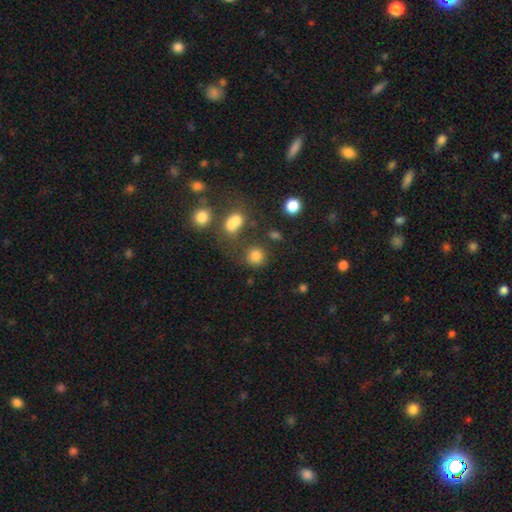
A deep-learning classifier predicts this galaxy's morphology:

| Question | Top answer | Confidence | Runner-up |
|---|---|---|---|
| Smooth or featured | smooth | 80% | star or artifact (14%) |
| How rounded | round | 86% | in between (12%) |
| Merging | none | 71% | merger (11%) |